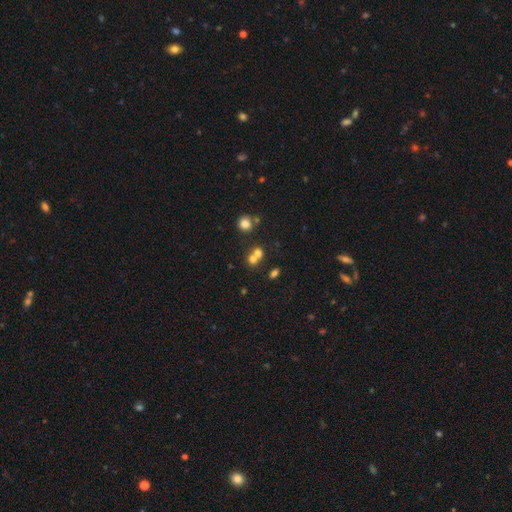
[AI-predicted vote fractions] smooth_or_featured: smooth (p=0.67) [alt: star or artifact p=0.19]
how_rounded: round (p=0.76) [alt: in between p=0.23]
merging: merger (p=0.50) [alt: none p=0.40]